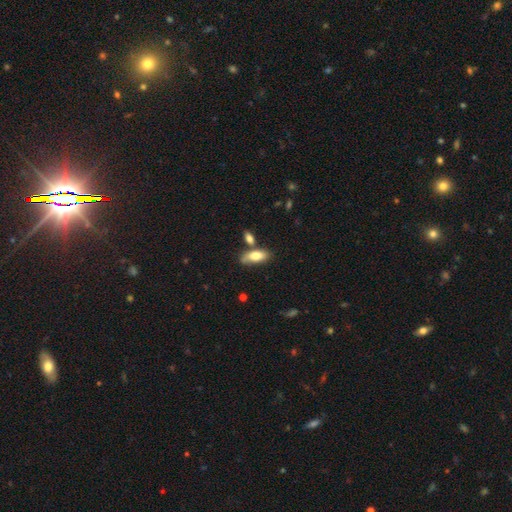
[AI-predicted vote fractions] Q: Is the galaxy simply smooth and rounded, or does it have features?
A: smooth — 77%.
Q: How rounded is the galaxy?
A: in between — 83%.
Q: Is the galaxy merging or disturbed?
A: none — 62%.